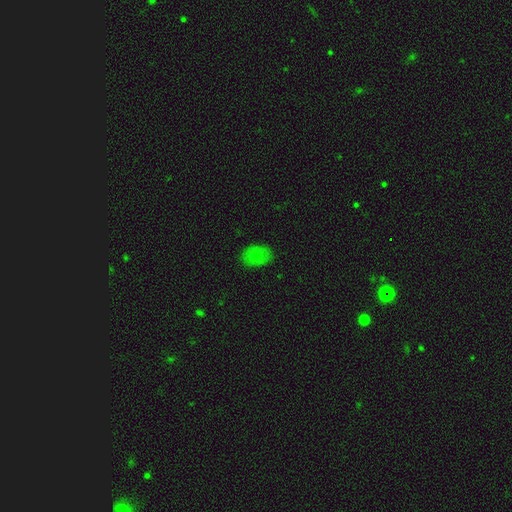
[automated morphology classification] The model was most divided on "smooth or featured": smooth: 58%, featured or disk: 33%, star or artifact: 9%. More confident: merging — none (84%); how rounded — in between (67%).